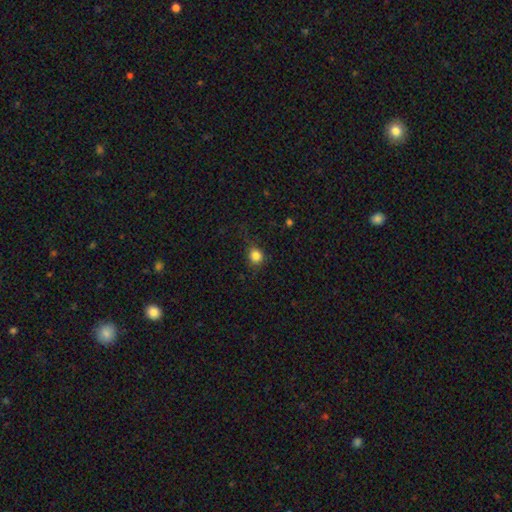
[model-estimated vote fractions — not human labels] A smooth galaxy with no disk features (84%) that is round (83%). Merging: none (73%).